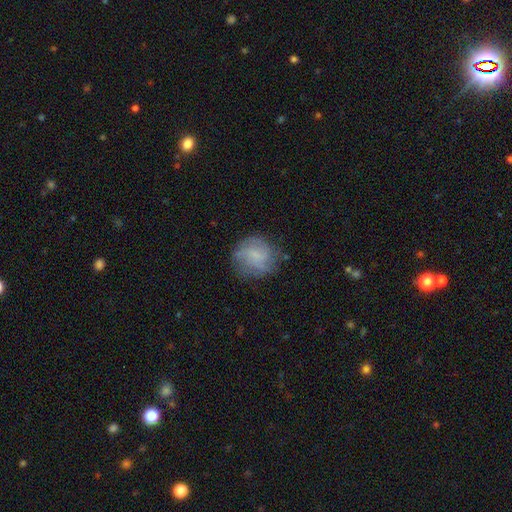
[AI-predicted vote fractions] Smooth or featured: smooth — 47% (featured or disk — 44%)
Merging: none — 71% (minor disturbance — 19%)